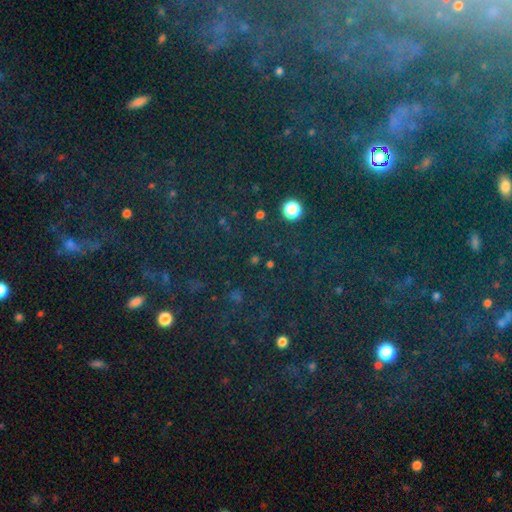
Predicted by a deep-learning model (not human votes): This appears to be a star or artifact, not a galaxy (75%).